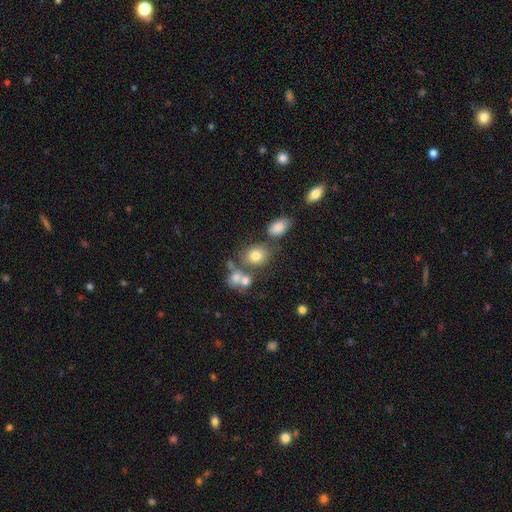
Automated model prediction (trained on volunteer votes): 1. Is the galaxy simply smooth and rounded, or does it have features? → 76% smooth, 12% star or artifact, 12% featured or disk.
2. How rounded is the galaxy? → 57% round, 42% in between, 1% cigar-shaped.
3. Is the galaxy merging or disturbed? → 60% none, 21% merger, 13% minor disturbance, 6% major disturbance.